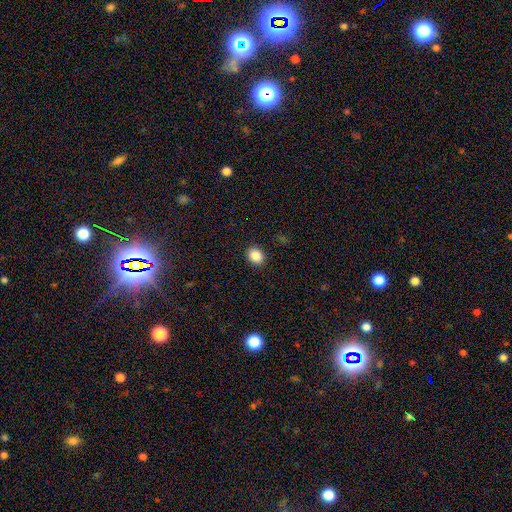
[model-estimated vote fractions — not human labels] Q: Smooth or featured?
A: smooth (86%); runner-up: star or artifact (10%)
Q: How rounded?
A: round (57%); runner-up: in between (42%)
Q: Merging?
A: none (90%); runner-up: minor disturbance (7%)